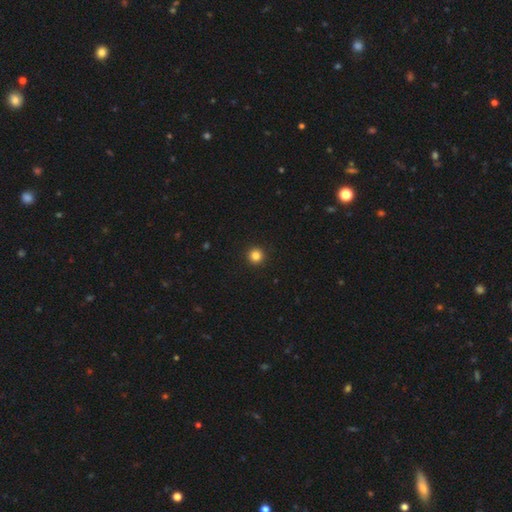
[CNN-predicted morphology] Overall: smooth (84%). How rounded: round (96%). Merging: none (94%).